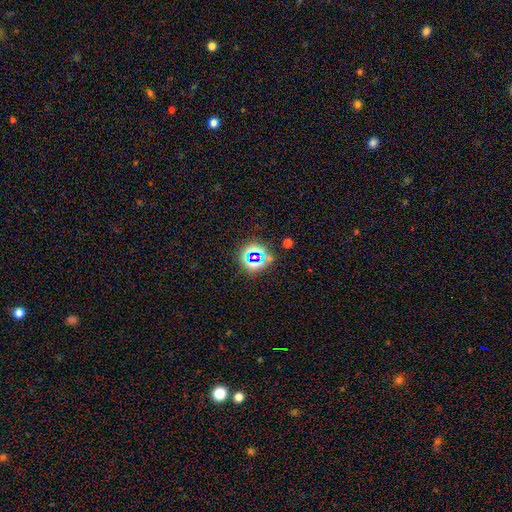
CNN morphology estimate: Smooth or featured?
  - star or artifact: 63% *
  - smooth: 26%
  - featured or disk: 11%